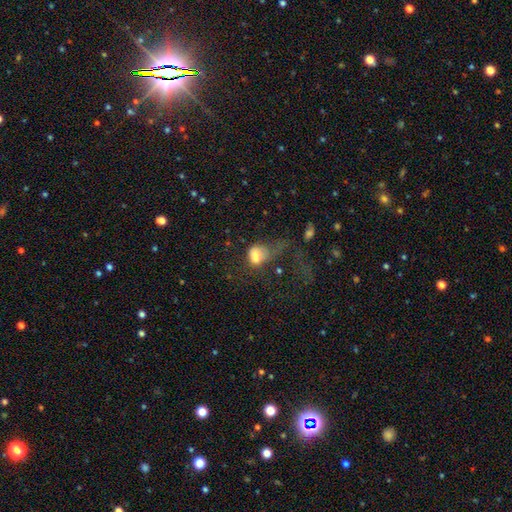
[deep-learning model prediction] Overall: smooth (67%). How rounded: in between (65%; round 33%). Merging: major disturbance (43%; merger 27%).